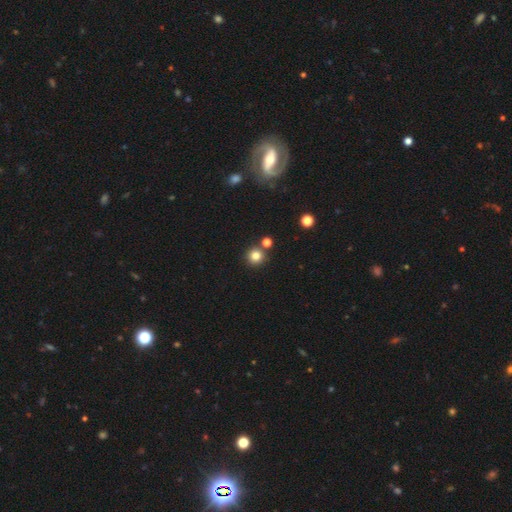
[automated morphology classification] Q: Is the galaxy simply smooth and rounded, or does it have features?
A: smooth — 81%.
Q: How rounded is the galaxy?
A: round — 94%.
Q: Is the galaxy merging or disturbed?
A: none — 80%.